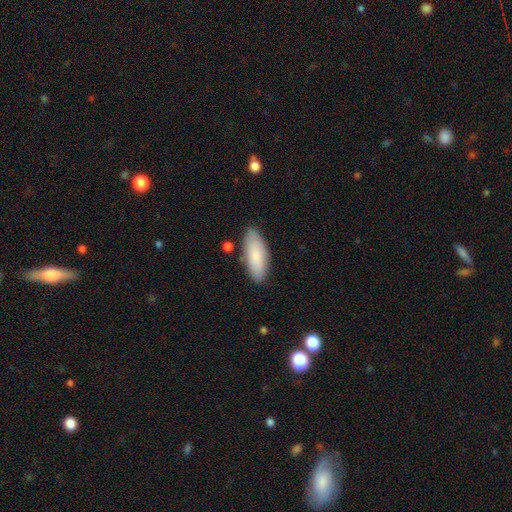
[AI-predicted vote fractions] Morphology: type=smooth (83%); roundness=in between (77%); merging=none (82%).